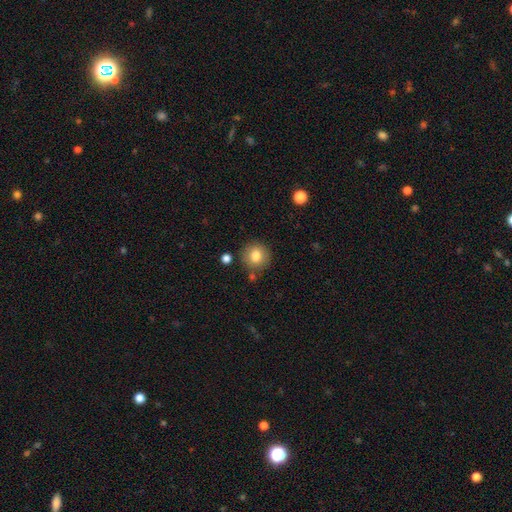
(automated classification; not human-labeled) Q: Smooth or featured?
A: smooth (81%); runner-up: star or artifact (10%)
Q: How rounded?
A: round (92%); runner-up: in between (7%)
Q: Merging?
A: none (82%); runner-up: minor disturbance (10%)